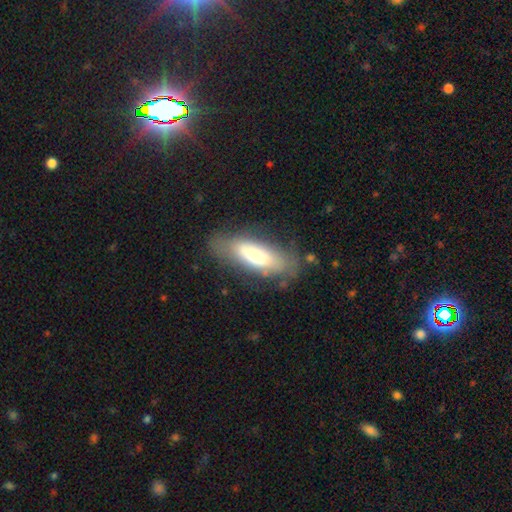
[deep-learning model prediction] Overall: smooth (63%; featured or disk 30%). How rounded: in between (63%; cigar-shaped 35%). Merging: none (73%).